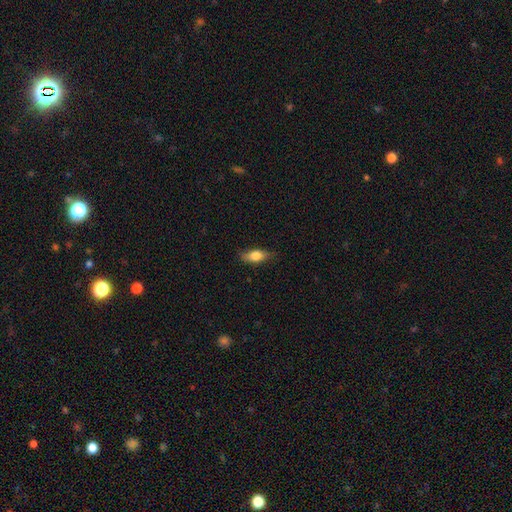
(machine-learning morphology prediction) Overall: smooth (73%). How rounded: in between (76%). Merging: none (77%).